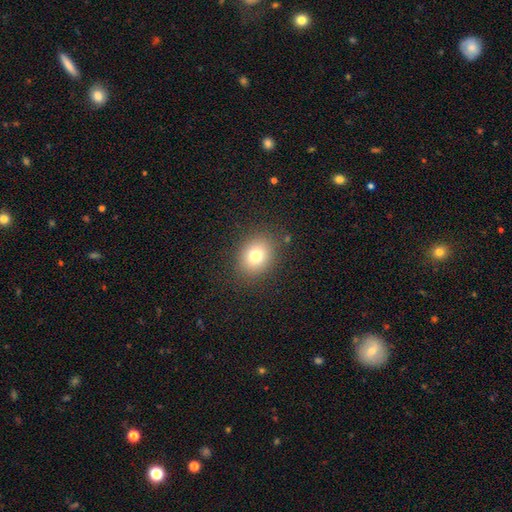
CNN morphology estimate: This is likely a smooth galaxy (78%). How rounded: possibly round (52%). Merging: clearly none (86%).